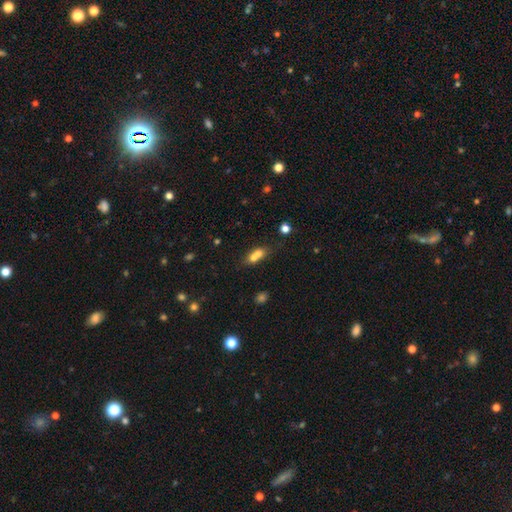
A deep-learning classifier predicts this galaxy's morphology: Smooth or featured?
  - smooth: 68% *
  - featured or disk: 19%
  - star or artifact: 13%
How rounded?
  - in between: 56% *
  - round: 37%
  - cigar-shaped: 8%
Merging?
  - merger: 65% *
  - none: 24%
  - minor disturbance: 7%
  - major disturbance: 4%